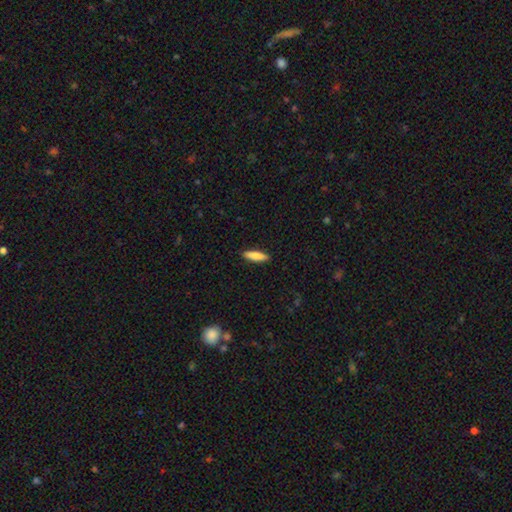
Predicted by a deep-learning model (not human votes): Morphology: type=smooth (80%); roundness=cigar-shaped (69%); merging=none (90%).